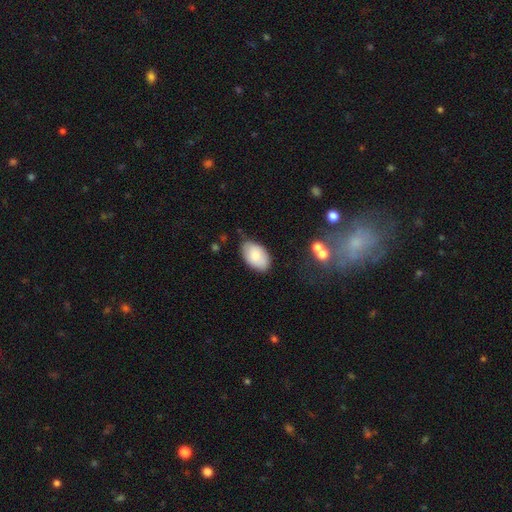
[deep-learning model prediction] Smooth or featured: smooth — 78% (featured or disk — 15%)
How rounded: in between — 92% (round — 7%)
Merging: none — 72% (minor disturbance — 21%)